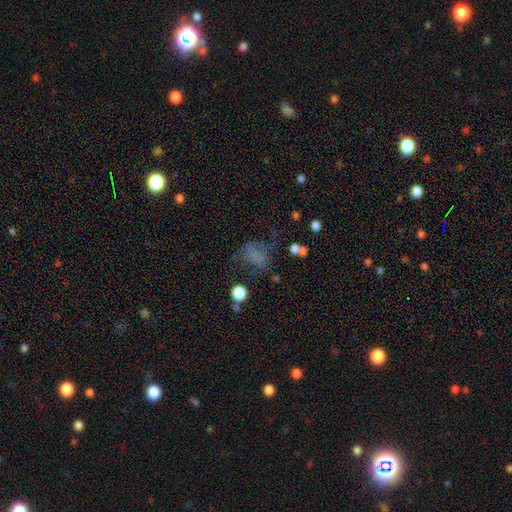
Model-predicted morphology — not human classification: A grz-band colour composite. It shows a smooth galaxy with no disk features (52%) that is in between round and cigar-shaped (61%). Merging: none (41%).